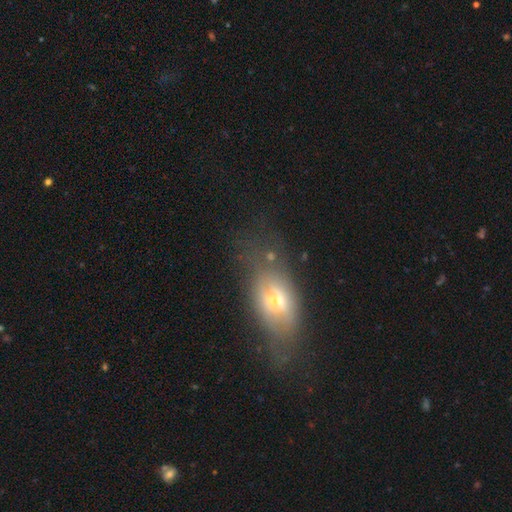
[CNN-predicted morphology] Smooth or featured? smooth (53%)
How rounded? in between (76%)
Merging? none (57%)